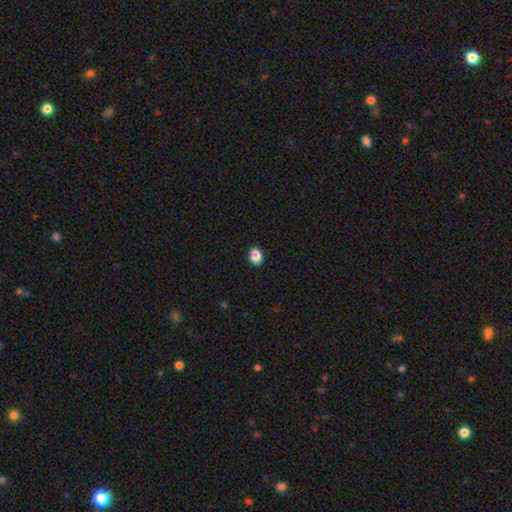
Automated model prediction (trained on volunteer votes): Q: Smooth or featured?
A: smooth (88%); runner-up: star or artifact (9%)
Q: How rounded?
A: in between (64%); runner-up: round (35%)
Q: Merging?
A: none (90%); runner-up: minor disturbance (8%)